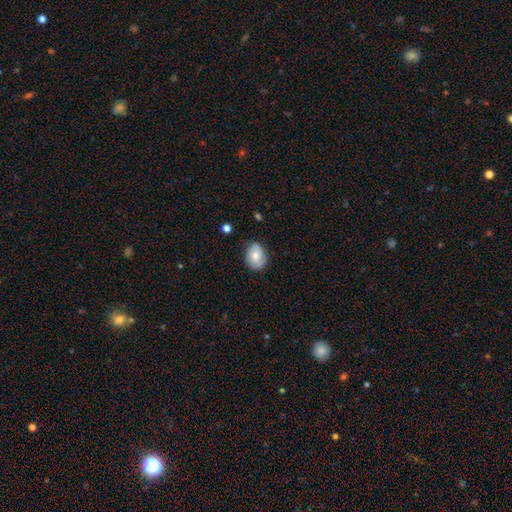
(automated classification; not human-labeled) This appears to be a smooth galaxy with no disk features (68%) that is in between round and cigar-shaped (66%). Merging: none (73%).